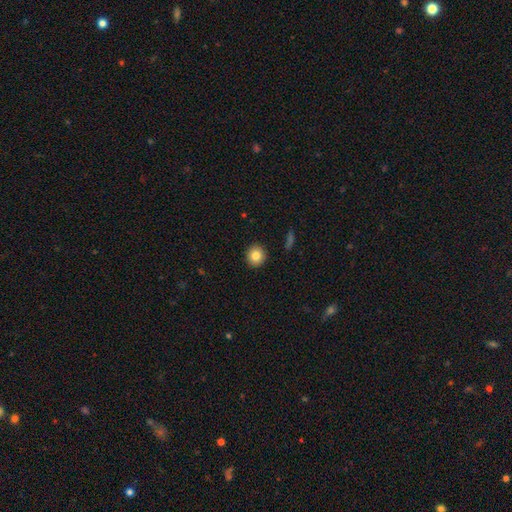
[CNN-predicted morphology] Smooth or featured: smooth — 82% (star or artifact — 9%)
How rounded: round — 89% (in between — 10%)
Merging: none — 91% (minor disturbance — 6%)